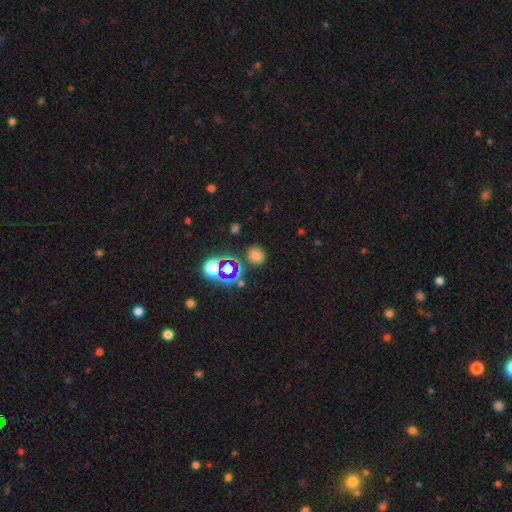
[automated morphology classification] smooth 66%, star or artifact 26%, featured or disk 8%. Down the decision tree: how rounded — round (67%); merging — none (80%).